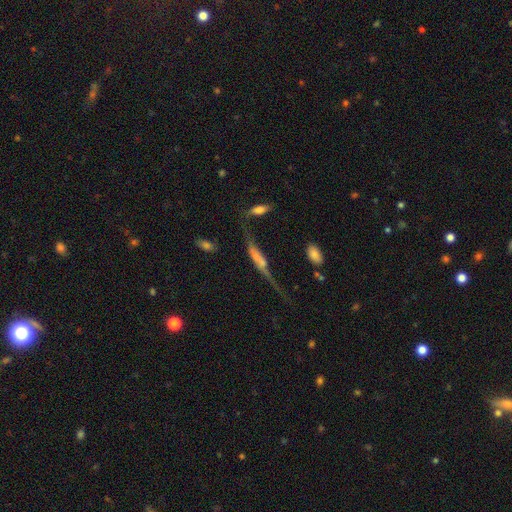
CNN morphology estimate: featured or disk 61%, smooth 26%, star or artifact 13%. Down the decision tree: edge-on disk — yes (73%); merging — none (34%).